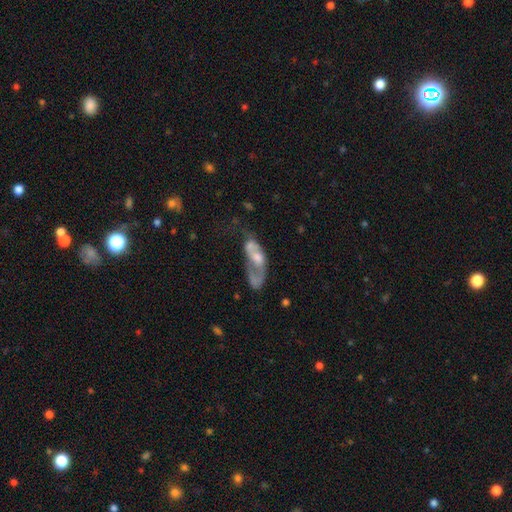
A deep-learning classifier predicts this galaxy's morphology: Smooth or featured: featured or disk — 55% (smooth — 36%)
Edge-on disk: no — 88% (yes — 12%)
Merging: major disturbance — 41% (merger — 22%)